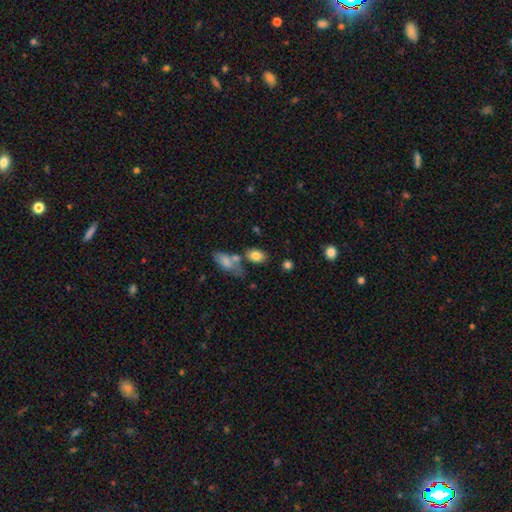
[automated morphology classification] This is clearly a smooth galaxy (81%). How rounded: clearly in between (83%). Merging: likely none (60%).